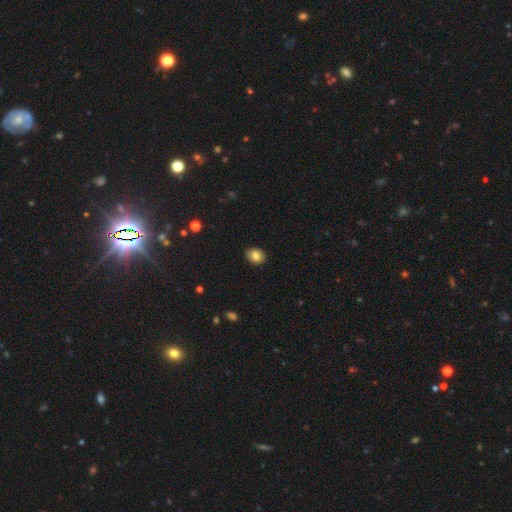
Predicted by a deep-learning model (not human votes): A smooth galaxy with no disk features (82%) that is round (53%).

Vote fractions:
- Smooth or featured? smooth: 82% / star or artifact: 9% / featured or disk: 8%
- How rounded? round: 53% / in between: 46% / cigar-shaped: 1%
- Merging? none: 89% / minor disturbance: 9% / major disturbance: 2% / merger: 1%